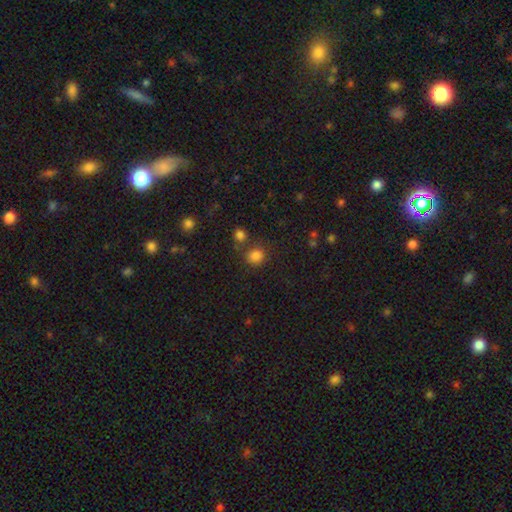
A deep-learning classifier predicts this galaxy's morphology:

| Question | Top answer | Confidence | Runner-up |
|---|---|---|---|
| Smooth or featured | smooth | 81% | star or artifact (14%) |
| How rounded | round | 86% | in between (13%) |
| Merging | none | 73% | merger (13%) |